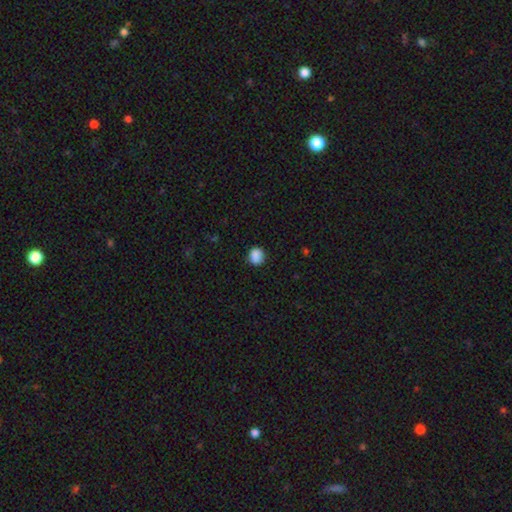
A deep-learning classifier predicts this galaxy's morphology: type=smooth (87%); roundness=round (69%); merging=none (80%).